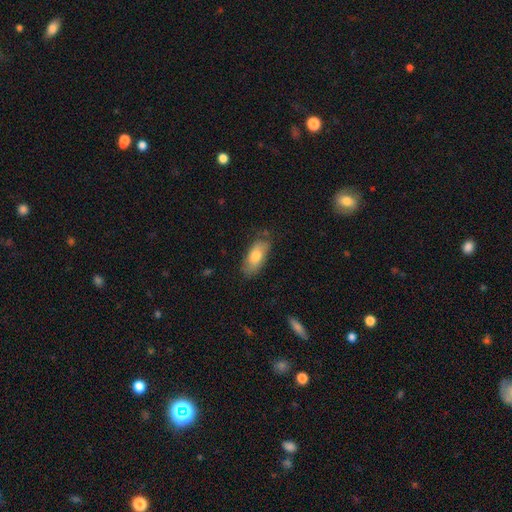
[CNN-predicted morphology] type=smooth (75%); roundness=in between (87%); merging=none (72%).